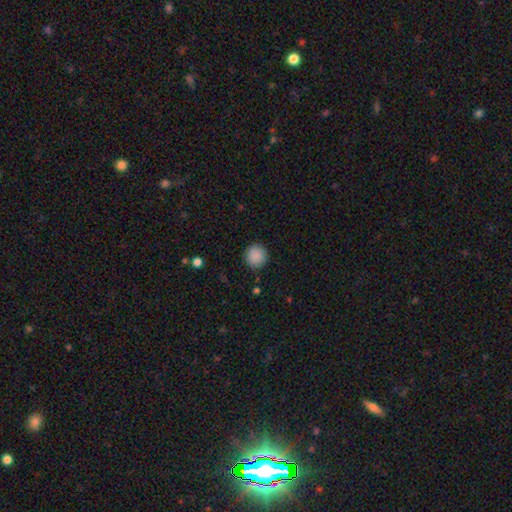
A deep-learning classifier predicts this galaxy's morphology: Smooth or featured? smooth (89%)
How rounded? round (93%)
Merging? none (90%)